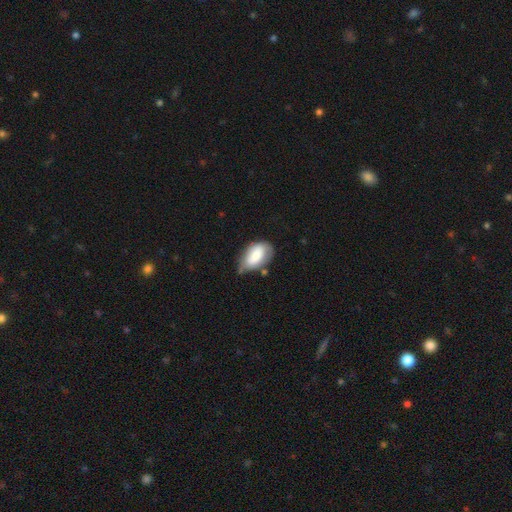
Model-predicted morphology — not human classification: The model was most divided on "merging": none: 43%, minor disturbance: 39%, major disturbance: 11%, merger: 7%. More confident: how rounded — in between (93%); smooth or featured — smooth (76%).